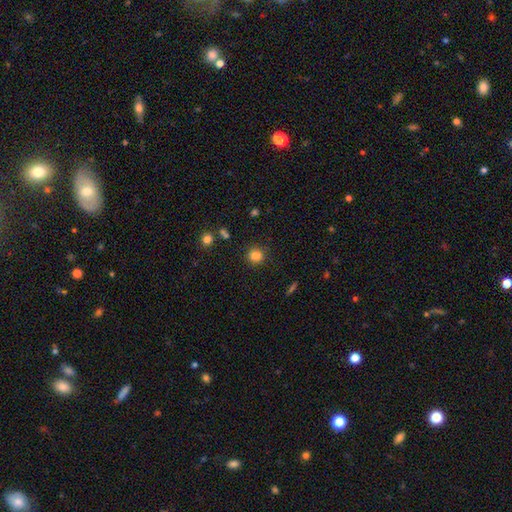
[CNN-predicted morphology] A smooth galaxy with no disk features (83%) that is round (85%). Merging: none (86%).